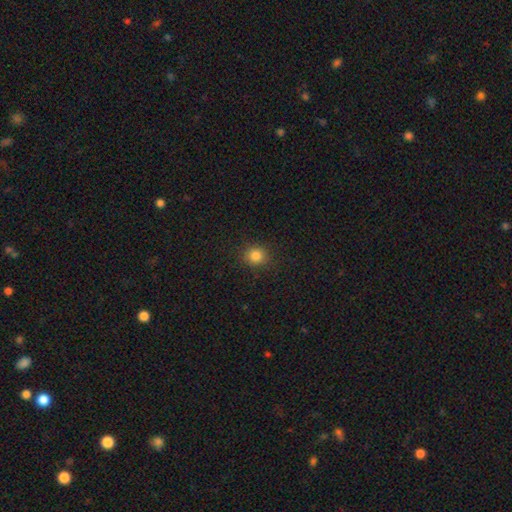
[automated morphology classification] smooth_or_featured: smooth (p=0.82) [alt: star or artifact p=0.13]
how_rounded: round (p=0.85) [alt: in between p=0.14]
merging: none (p=0.89) [alt: minor disturbance p=0.08]